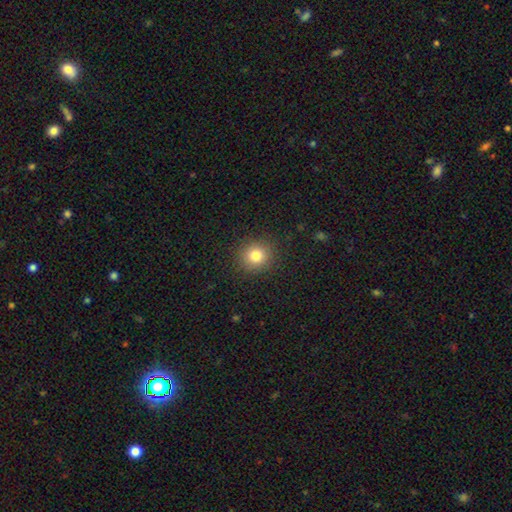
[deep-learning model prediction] This appears to be a smooth galaxy with no disk features (81%) that is round (88%). Merging: none (89%).